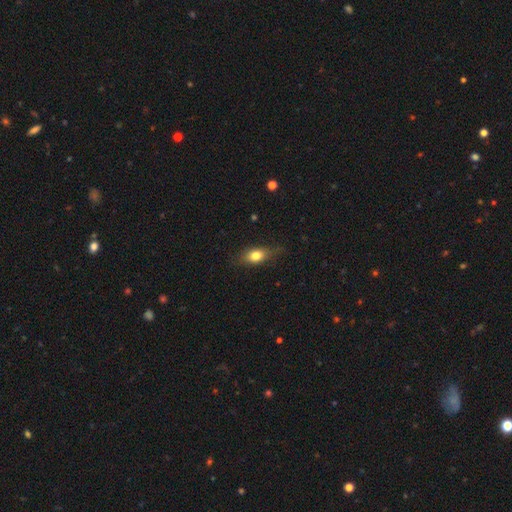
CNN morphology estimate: A smooth galaxy with no disk features (75%) that is in between round and cigar-shaped (74%).

Vote fractions:
- Smooth or featured? smooth: 75% / featured or disk: 16% / star or artifact: 9%
- How rounded? in between: 74% / round: 14% / cigar-shaped: 13%
- Merging? none: 73% / minor disturbance: 21% / major disturbance: 5% / merger: 1%